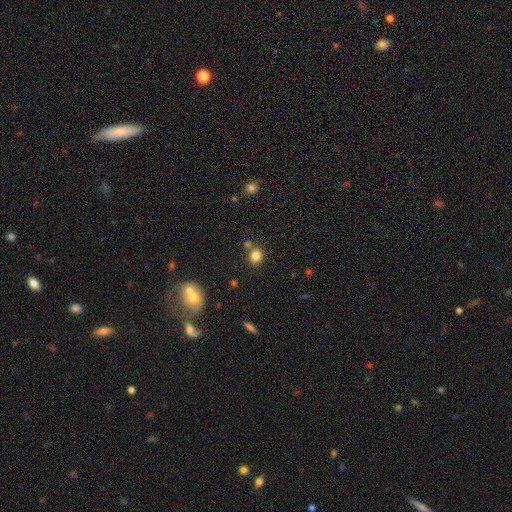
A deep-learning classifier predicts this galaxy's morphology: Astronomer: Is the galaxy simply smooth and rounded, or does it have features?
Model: smooth — 82%.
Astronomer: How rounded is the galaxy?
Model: round — 70%.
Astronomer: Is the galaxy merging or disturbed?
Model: none — 71%.